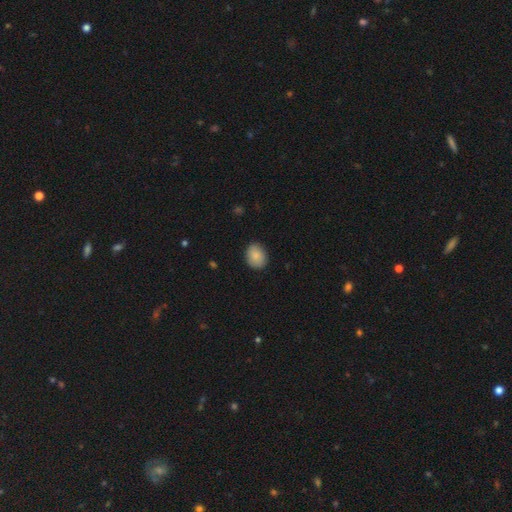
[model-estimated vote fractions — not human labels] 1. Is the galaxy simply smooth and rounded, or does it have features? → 88% smooth, 7% star or artifact, 5% featured or disk.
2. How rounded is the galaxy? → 51% in between, 48% round, 1% cigar-shaped.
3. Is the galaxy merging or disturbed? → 86% none, 11% minor disturbance, 2% major disturbance, 1% merger.